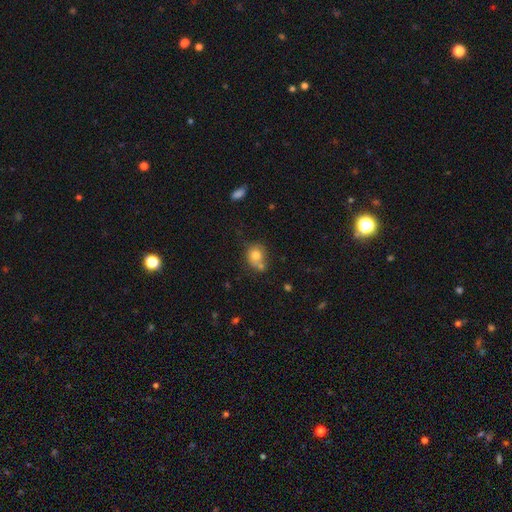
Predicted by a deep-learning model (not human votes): Overall: smooth (76%). How rounded: round (67%; in between 32%). Merging: none (44%; merger 31%).